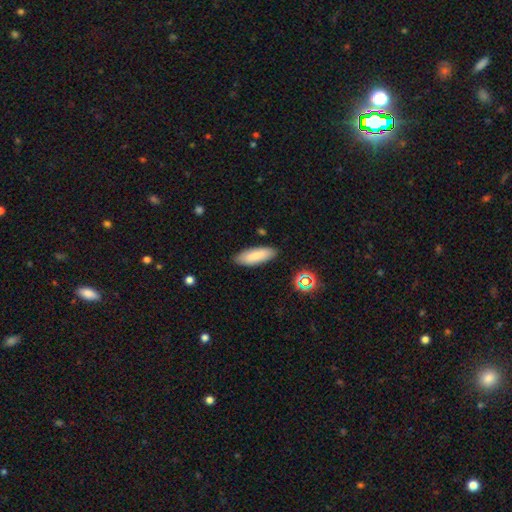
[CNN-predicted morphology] This is clearly a smooth galaxy (83%). How rounded: likely in between (64%). Merging: clearly none (87%).